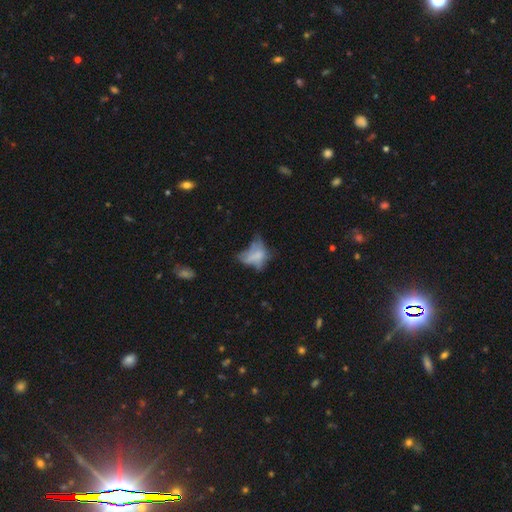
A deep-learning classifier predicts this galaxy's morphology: The model was most divided on "merging": major disturbance: 38%, none: 27%, minor disturbance: 21%, merger: 14%. More confident: how rounded — in between (76%); smooth or featured — smooth (51%).